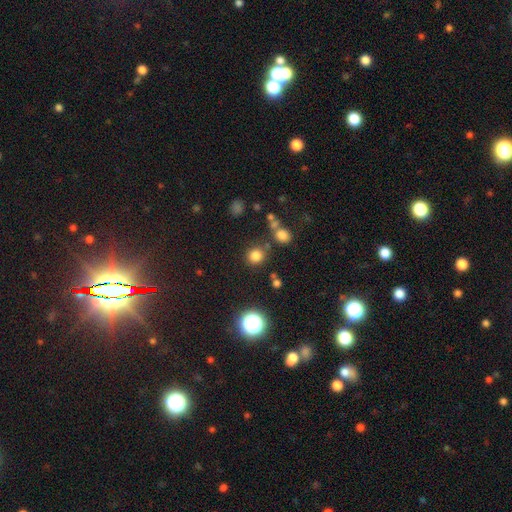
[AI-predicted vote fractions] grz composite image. It shows a smooth galaxy with no disk features (78%) that is round (89%). Merging: none (81%).